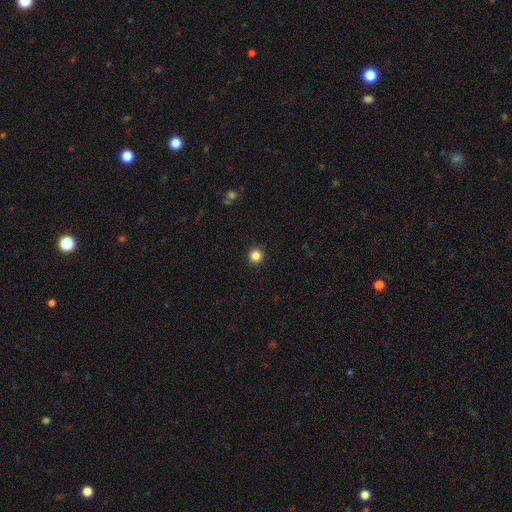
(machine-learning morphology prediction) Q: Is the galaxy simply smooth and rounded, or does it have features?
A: smooth — 84%.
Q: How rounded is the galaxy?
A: round — 95%.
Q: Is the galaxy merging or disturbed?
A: none — 93%.